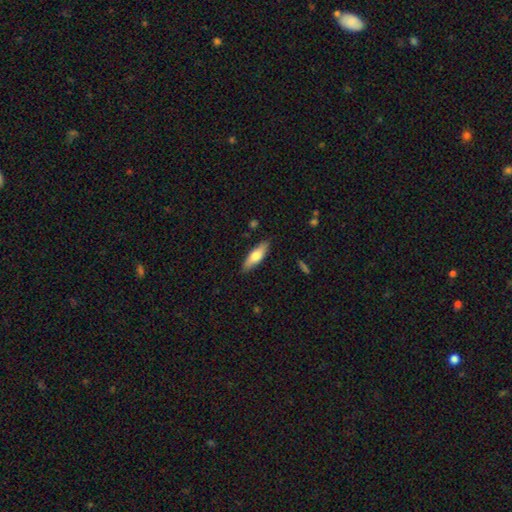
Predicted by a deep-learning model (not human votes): Smooth or featured? Predicted: smooth (p=0.67). How rounded? Predicted: in between (p=0.52). Merging? Predicted: none (p=0.86).